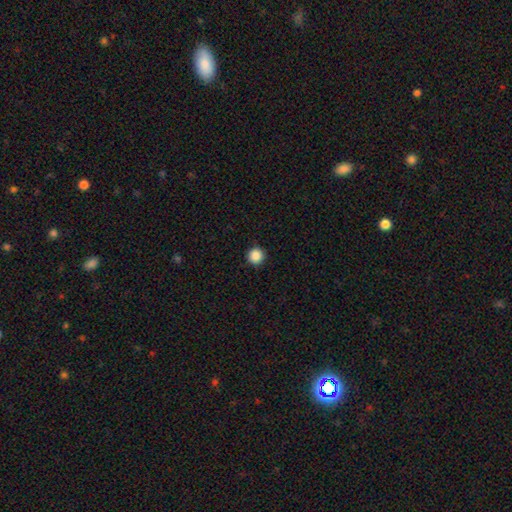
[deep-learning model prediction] Smooth or featured?
  - smooth: 87% *
  - star or artifact: 10%
  - featured or disk: 3%
How rounded?
  - round: 96% *
  - in between: 3%
  - cigar-shaped: 1%
Merging?
  - none: 93% *
  - minor disturbance: 5%
  - major disturbance: 2%
  - merger: 1%